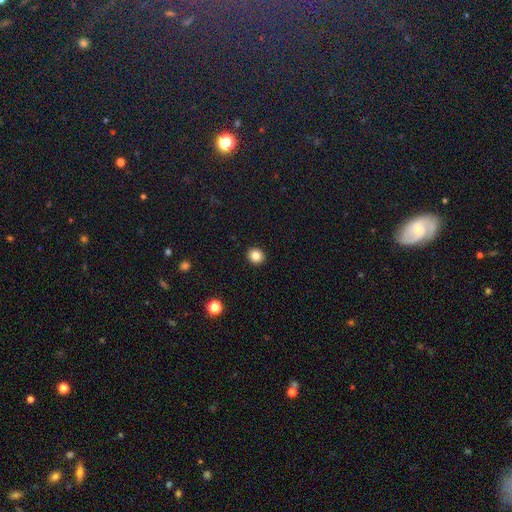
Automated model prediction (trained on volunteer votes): Overall: smooth (84%). How rounded: round (85%). Merging: none (93%).